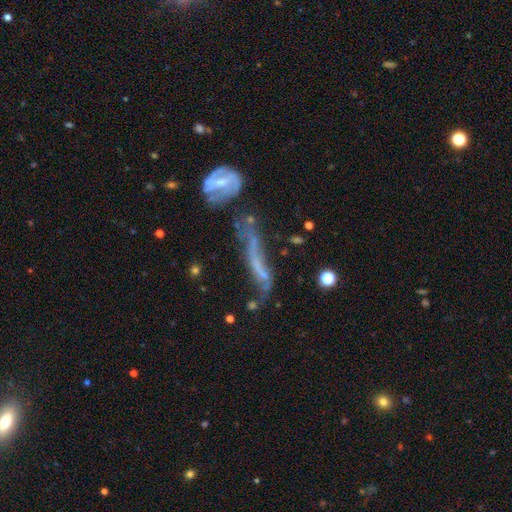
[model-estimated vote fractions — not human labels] A featured or disk galaxy (54%). Merging: none (33%).